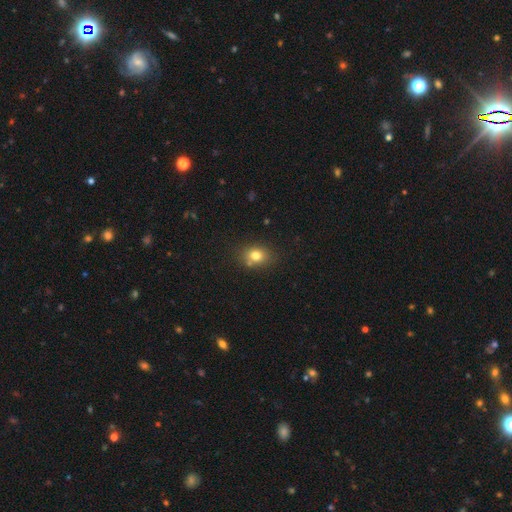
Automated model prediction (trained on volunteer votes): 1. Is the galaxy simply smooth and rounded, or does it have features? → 78% smooth, 12% star or artifact, 10% featured or disk.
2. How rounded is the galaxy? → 50% round, 49% in between, 1% cigar-shaped.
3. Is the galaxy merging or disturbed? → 74% none, 13% minor disturbance, 9% merger, 4% major disturbance.